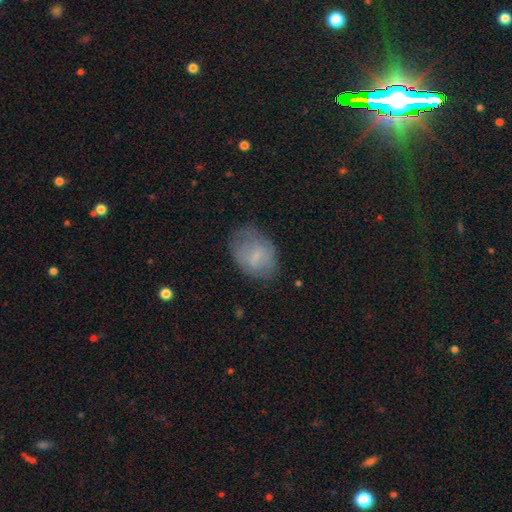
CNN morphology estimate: A smooth galaxy with no disk features (63%) that is in between round and cigar-shaped (76%).

Vote fractions:
- Smooth or featured? smooth: 63% / featured or disk: 29% / star or artifact: 8%
- How rounded? in between: 76% / round: 23% / cigar-shaped: 1%
- Merging? none: 62% / minor disturbance: 25% / major disturbance: 11% / merger: 1%